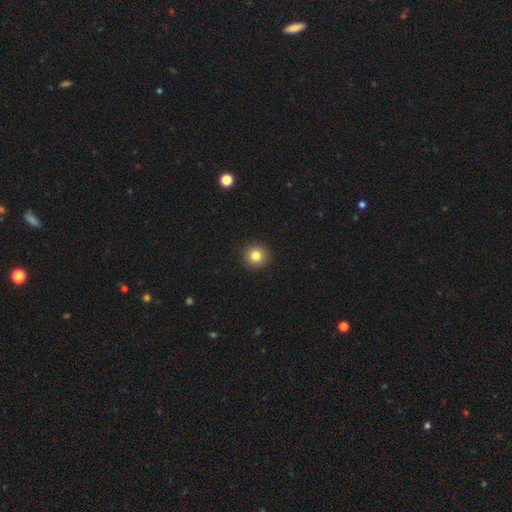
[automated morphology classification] Smooth or featured? Predicted: smooth (p=0.82). How rounded? Predicted: round (p=0.94). Merging? Predicted: none (p=0.93).